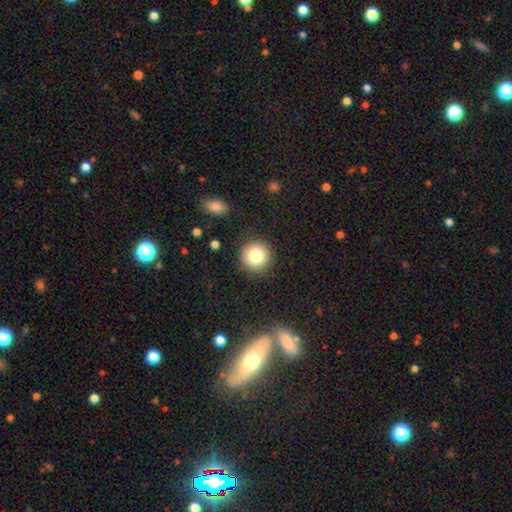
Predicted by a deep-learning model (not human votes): Smooth or featured?
  - smooth: 81% *
  - star or artifact: 10%
  - featured or disk: 8%
How rounded?
  - round: 94% *
  - in between: 5%
  - cigar-shaped: 1%
Merging?
  - none: 89% *
  - minor disturbance: 7%
  - major disturbance: 3%
  - merger: 1%